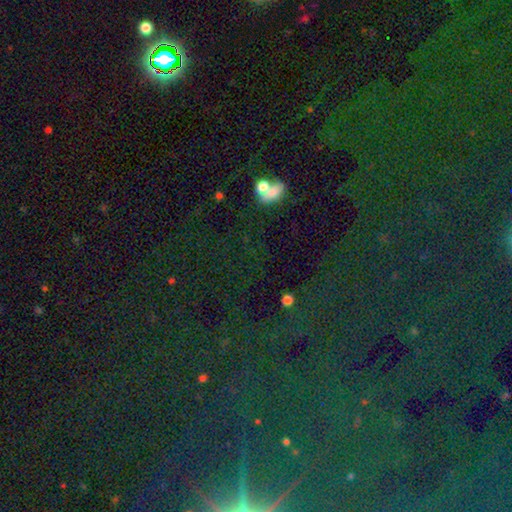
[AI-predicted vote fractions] A star or artifact, not a galaxy (77%).

Vote fractions:
- Smooth or featured? star or artifact: 77% / smooth: 15% / featured or disk: 8%